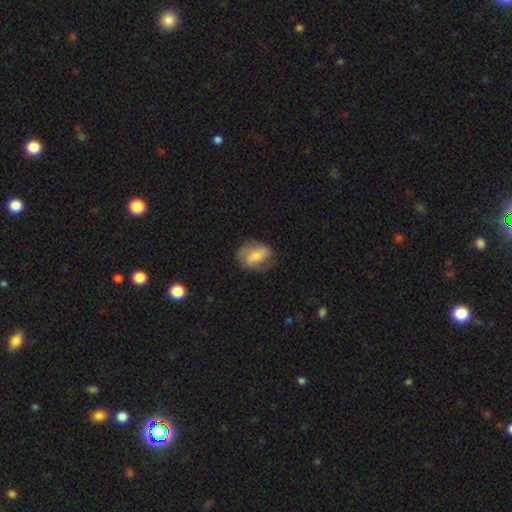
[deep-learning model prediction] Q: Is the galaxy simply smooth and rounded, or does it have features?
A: featured or disk — 49%.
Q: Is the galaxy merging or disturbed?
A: none — 66%.